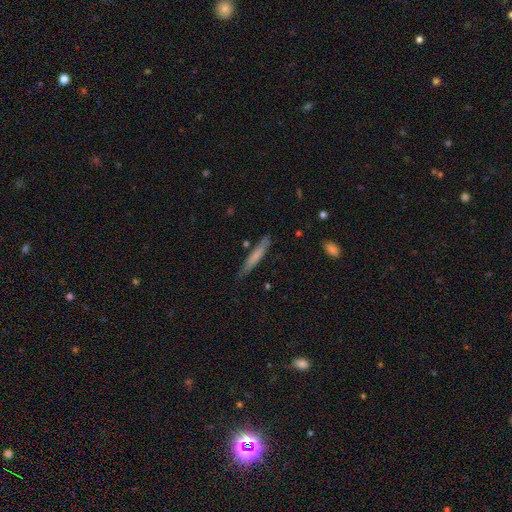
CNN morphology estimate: type=smooth (66%); roundness=cigar-shaped (93%); merging=none (79%).